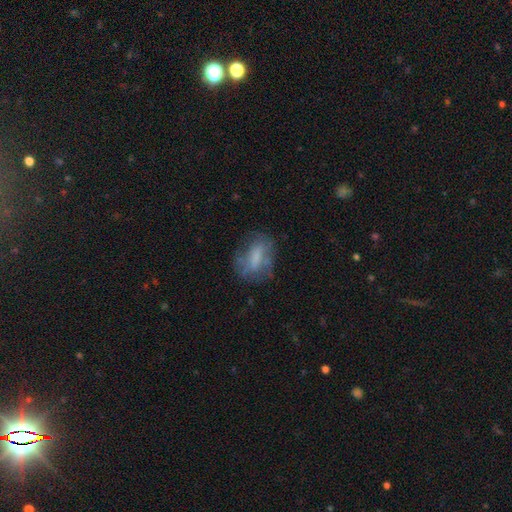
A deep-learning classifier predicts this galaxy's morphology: Q: Smooth or featured?
A: smooth (55%); runner-up: featured or disk (33%)
Q: How rounded?
A: in between (75%); runner-up: round (13%)
Q: Merging?
A: none (66%); runner-up: minor disturbance (21%)